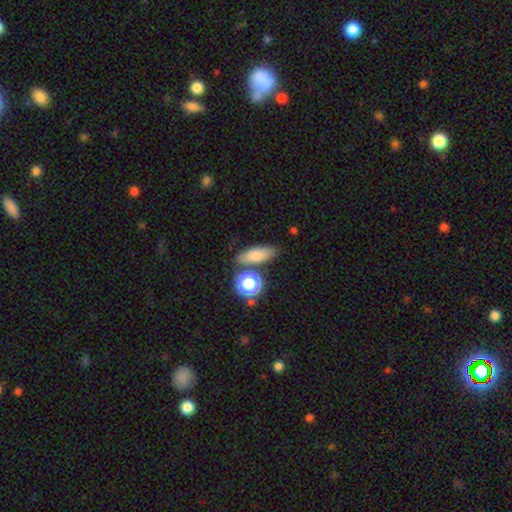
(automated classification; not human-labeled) smooth 74%, star or artifact 13%, featured or disk 12%. Down the decision tree: how rounded — in between (60%); merging — none (75%).